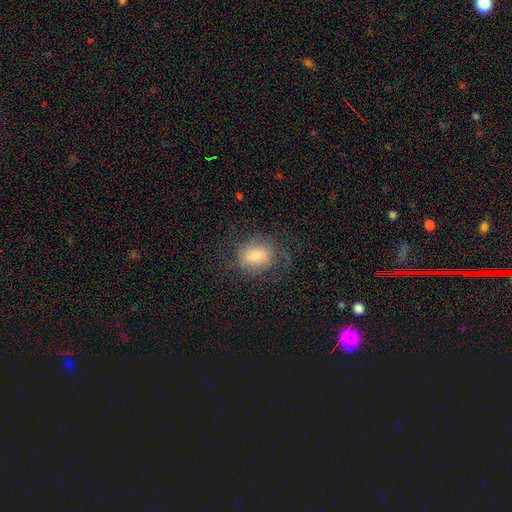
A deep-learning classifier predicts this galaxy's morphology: A smooth galaxy with no disk features (48%).

Vote fractions:
- Smooth or featured? smooth: 48% / featured or disk: 41% / star or artifact: 11%
- Merging? none: 65% / minor disturbance: 17% / major disturbance: 17% / merger: 1%